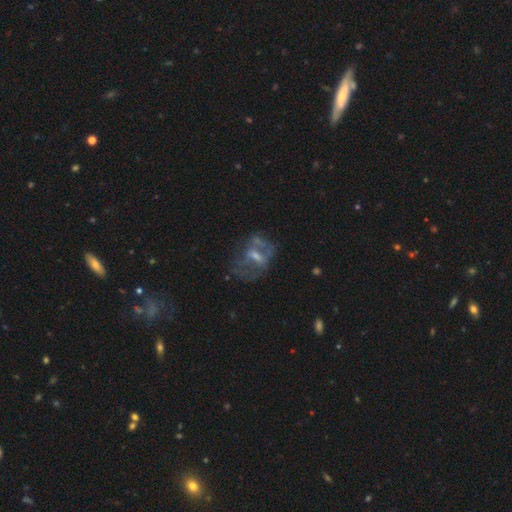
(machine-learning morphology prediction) smooth_or_featured: featured or disk (p=0.60) [alt: smooth p=0.24]
disk_edge_on: no (p=0.92) [alt: yes p=0.08]
bar: no (p=0.40) [alt: weak p=0.39]
has_spiral_arms: no (p=0.70) [alt: yes p=0.30]
bulge_size: small (p=0.40) [alt: moderate p=0.38]
merging: none (p=0.46) [alt: major disturbance p=0.27]